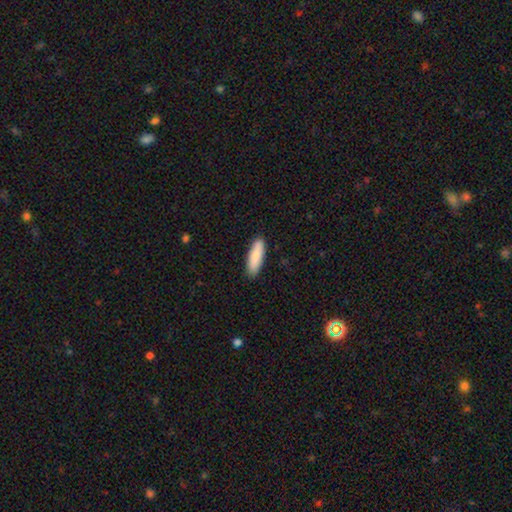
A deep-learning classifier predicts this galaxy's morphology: Overall: smooth (87%). How rounded: cigar-shaped (50%; in between 48%). Merging: none (89%).